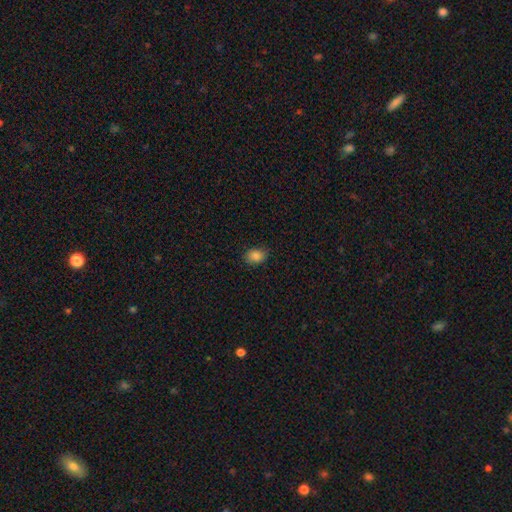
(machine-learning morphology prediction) A smooth galaxy with no disk features (84%) that is in between round and cigar-shaped (70%). Merging: none (83%).